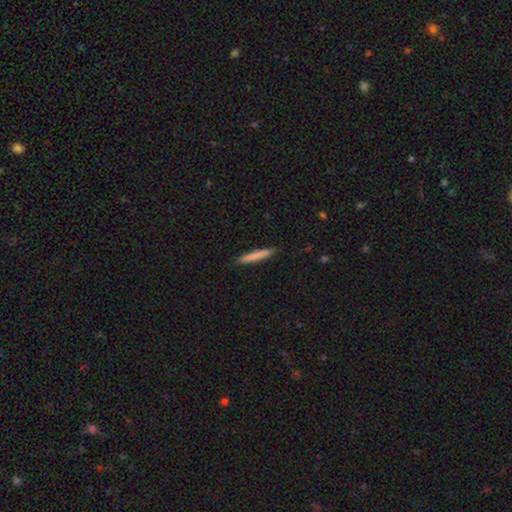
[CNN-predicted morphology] smooth 79%, featured or disk 16%, star or artifact 6%. Down the decision tree: how rounded — cigar-shaped (95%); merging — none (91%).